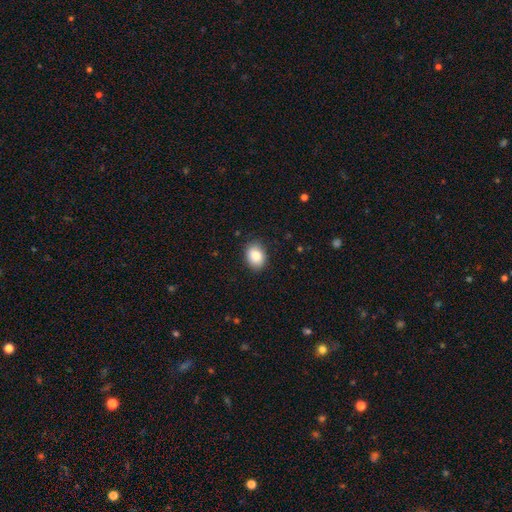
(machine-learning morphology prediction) smooth_or_featured: smooth (p=0.86) [alt: star or artifact p=0.08]
how_rounded: in between (p=0.71) [alt: round p=0.28]
merging: none (p=0.86) [alt: minor disturbance p=0.11]